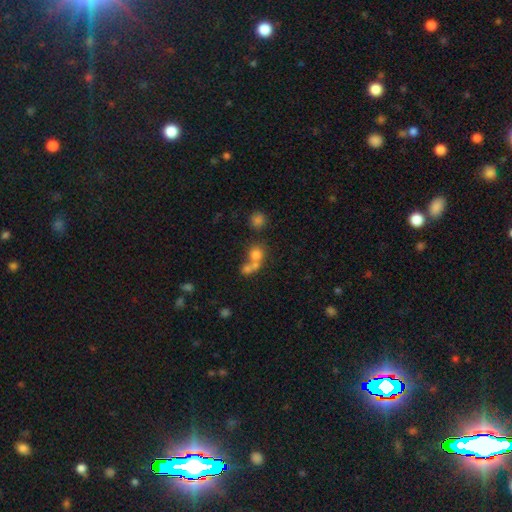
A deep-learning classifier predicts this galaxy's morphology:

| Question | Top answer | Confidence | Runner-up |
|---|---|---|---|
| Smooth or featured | smooth | 62% | star or artifact (21%) |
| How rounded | round | 81% | in between (18%) |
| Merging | merger | 47% | none (42%) |